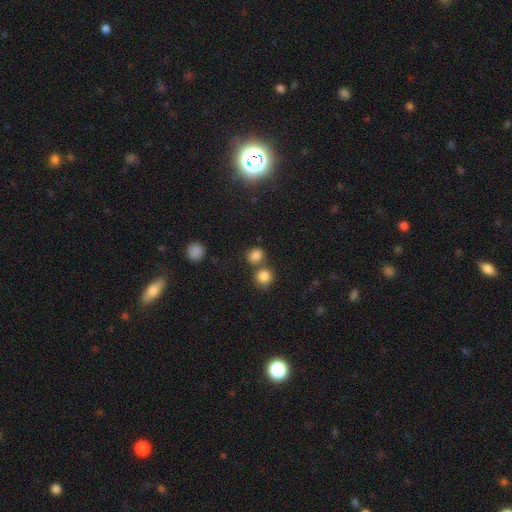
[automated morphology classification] smooth-or-featured: smooth: 80% | star or artifact: 15% | featured or disk: 5%
  how-rounded: round: 75% | in between: 24% | cigar-shaped: 1%
  merging: none: 60% | merger: 28% | minor disturbance: 9% | major disturbance: 3%